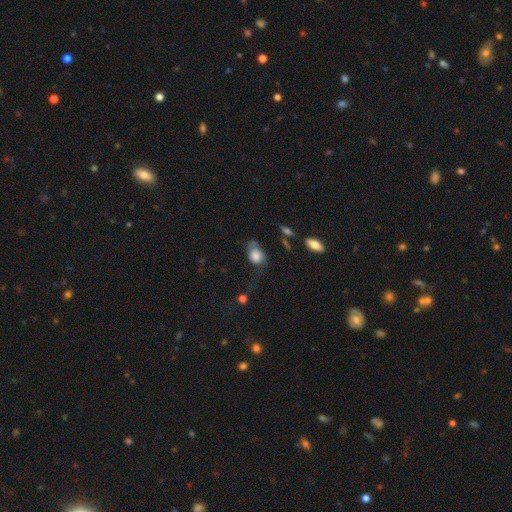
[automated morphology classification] Smooth or featured: smooth — 72% (featured or disk — 19%)
How rounded: in between — 66% (round — 32%)
Merging: major disturbance — 40% (none — 28%)